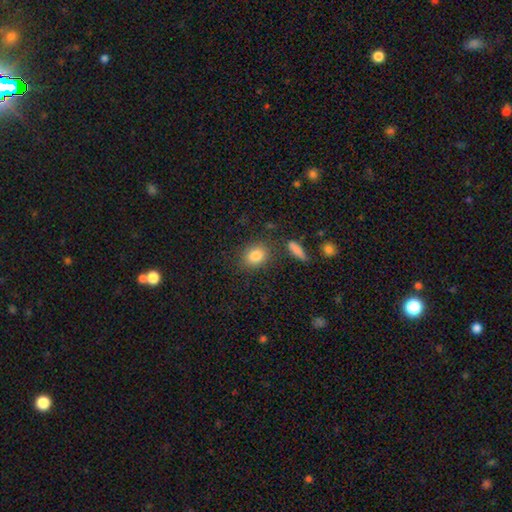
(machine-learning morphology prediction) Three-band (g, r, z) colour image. It shows a smooth galaxy with no disk features (84%) that is in between round and cigar-shaped (52%). Merging: none (80%).